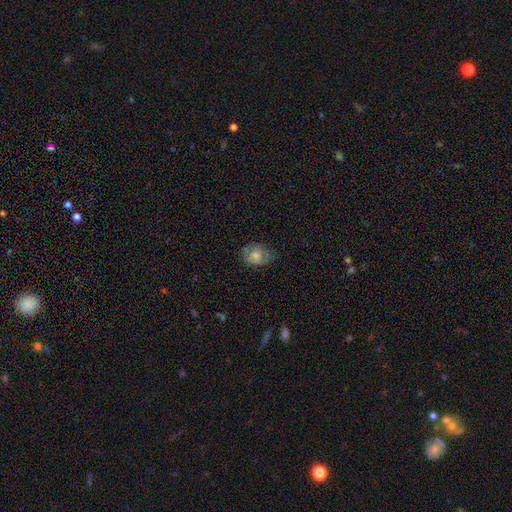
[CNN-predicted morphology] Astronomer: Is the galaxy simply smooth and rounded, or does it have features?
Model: smooth — 76%.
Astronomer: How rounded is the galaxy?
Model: in between — 50% (runner-up: round, 49%).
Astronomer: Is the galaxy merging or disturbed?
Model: none — 58%.